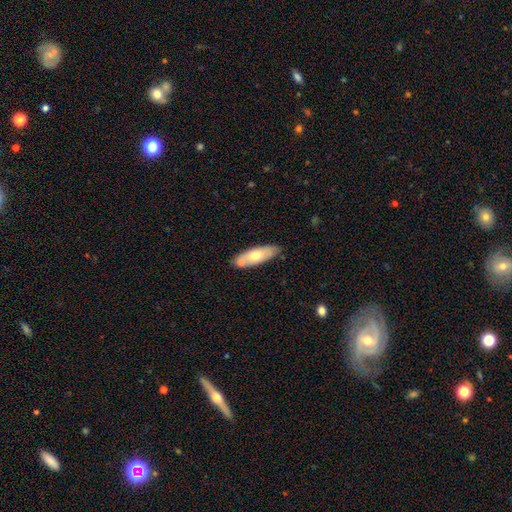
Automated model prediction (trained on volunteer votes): smooth_or_featured: smooth (p=0.63) [alt: featured or disk p=0.31]
how_rounded: in between (p=0.61) [alt: cigar-shaped p=0.37]
merging: none (p=0.70) [alt: minor disturbance p=0.15]